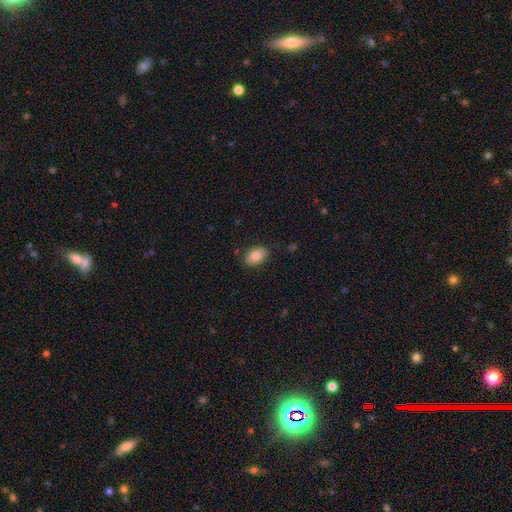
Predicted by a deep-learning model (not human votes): Q: Smooth or featured?
A: smooth (82%); runner-up: featured or disk (11%)
Q: How rounded?
A: in between (89%); runner-up: round (9%)
Q: Merging?
A: none (85%); runner-up: minor disturbance (11%)